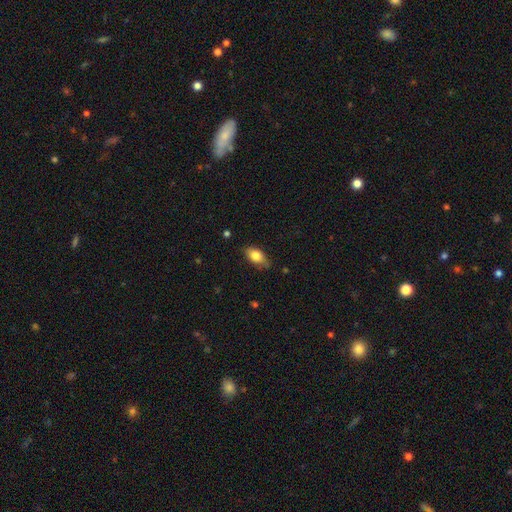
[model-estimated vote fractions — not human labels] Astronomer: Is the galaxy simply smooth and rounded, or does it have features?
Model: smooth — 81%.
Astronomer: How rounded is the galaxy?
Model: in between — 89%.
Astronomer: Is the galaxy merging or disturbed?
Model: none — 75%.